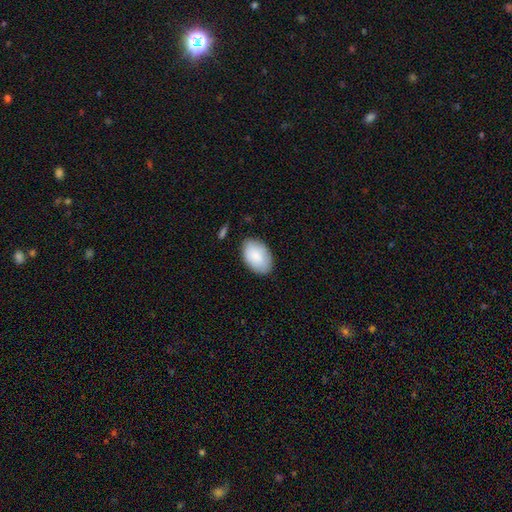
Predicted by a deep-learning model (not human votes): This is clearly a smooth galaxy (86%). How rounded: clearly in between (91%). Merging: clearly none (82%).